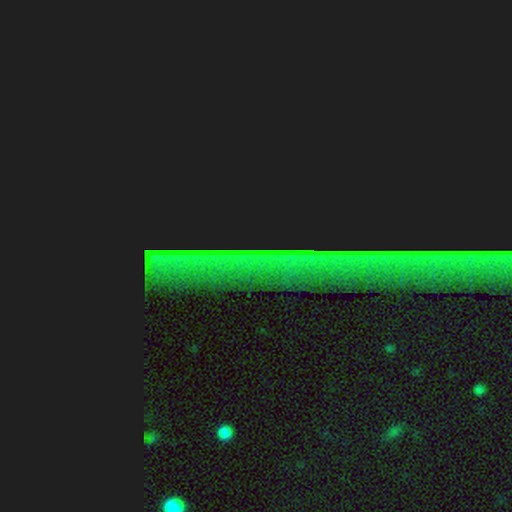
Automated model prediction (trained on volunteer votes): Smooth or featured? star or artifact (80%)